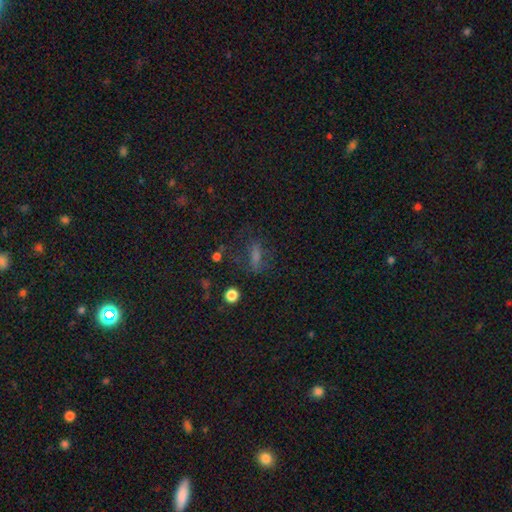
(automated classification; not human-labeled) smooth 42%, star or artifact 36%, featured or disk 22%. Down the decision tree: merging — none (64%).